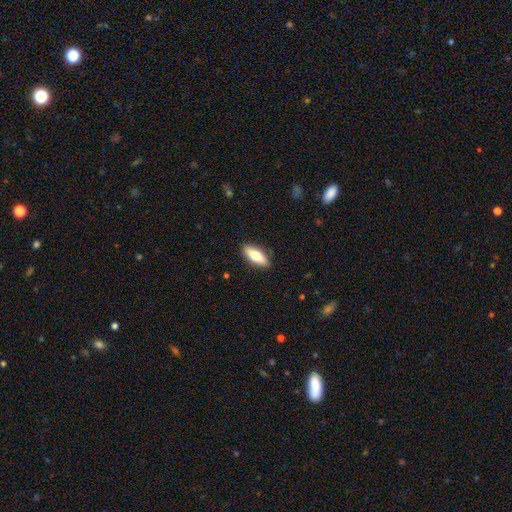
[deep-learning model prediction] A smooth galaxy with no disk features (72%) that is in between round and cigar-shaped (69%).

Vote fractions:
- Smooth or featured? smooth: 72% / featured or disk: 22% / star or artifact: 6%
- How rounded? in between: 69% / cigar-shaped: 29% / round: 2%
- Merging? none: 89% / minor disturbance: 8% / major disturbance: 2% / merger: 1%